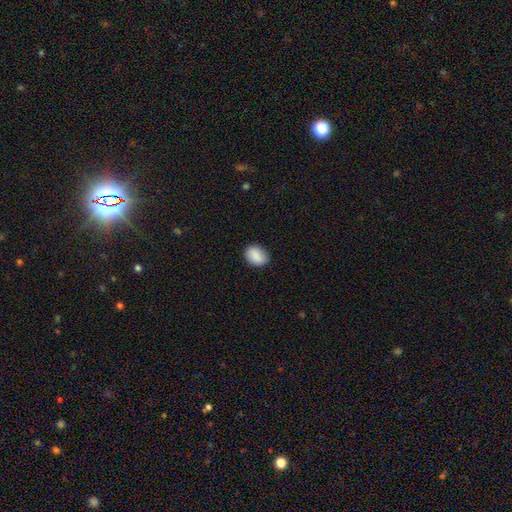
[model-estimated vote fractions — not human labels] This is clearly a smooth galaxy (89%). How rounded: likely in between (68%). Merging: clearly none (84%).